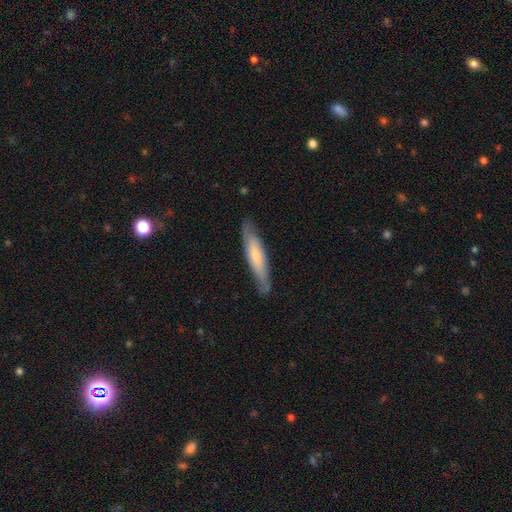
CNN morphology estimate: smooth_or_featured: smooth (p=0.52) [alt: featured or disk p=0.42]
how_rounded: cigar-shaped (p=0.83) [alt: in between p=0.16]
merging: none (p=0.78) [alt: minor disturbance p=0.17]